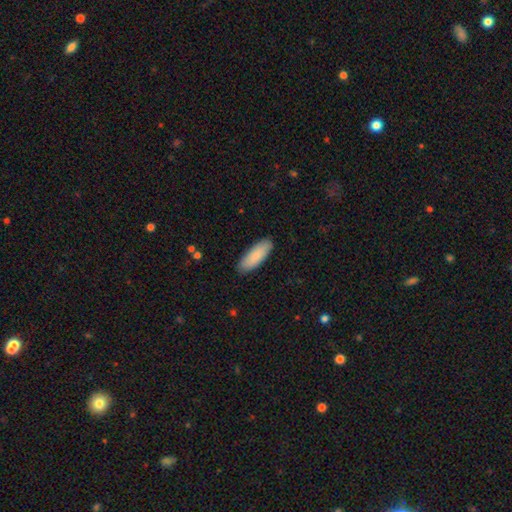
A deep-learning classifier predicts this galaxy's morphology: The model was most divided on "how rounded": in between: 66%, cigar-shaped: 32%, round: 1%. More confident: merging — none (88%); smooth or featured — smooth (87%).